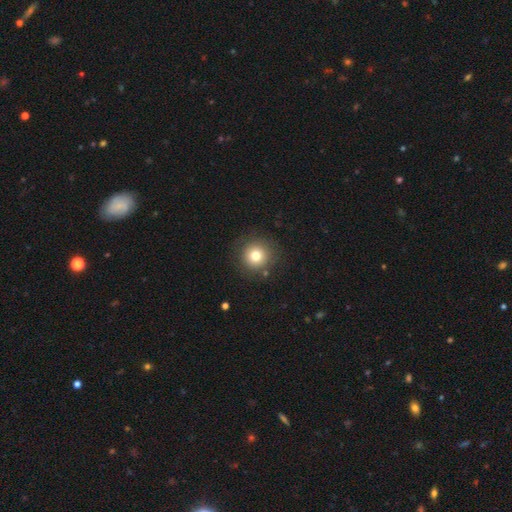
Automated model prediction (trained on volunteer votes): Smooth or featured: smooth — 76% (star or artifact — 13%)
How rounded: round — 95% (in between — 4%)
Merging: none — 86% (minor disturbance — 8%)